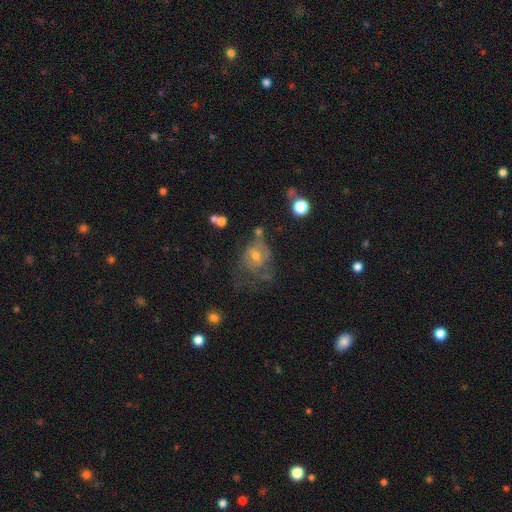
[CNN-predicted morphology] smooth_or_featured: featured or disk (p=0.48) [alt: smooth p=0.39]
merging: major disturbance (p=0.37) [alt: none p=0.30]